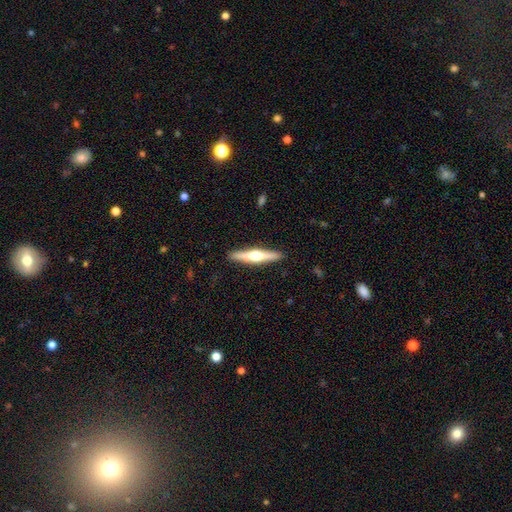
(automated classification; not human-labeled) The model was most divided on "smooth or featured": featured or disk: 68%, smooth: 27%, star or artifact: 5%. More confident: edge-on disk — yes (98%); edge-on bulge — rounded (95%); merging — none (92%).